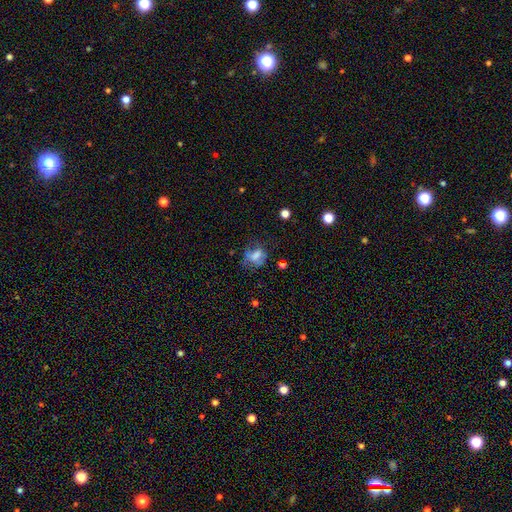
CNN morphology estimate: smooth 52%, featured or disk 33%, star or artifact 14%. Down the decision tree: how rounded — in between (52%); merging — none (42%).